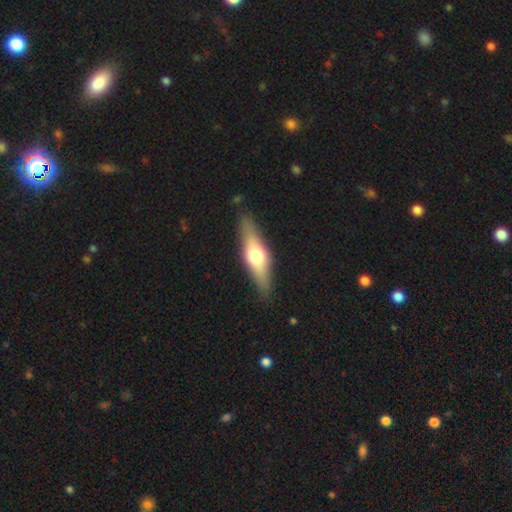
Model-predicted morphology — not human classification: Q: Smooth or featured?
A: featured or disk (50%); runner-up: smooth (44%)
Q: Edge-on disk?
A: yes (87%); runner-up: no (13%)
Q: Merging?
A: none (87%); runner-up: minor disturbance (9%)